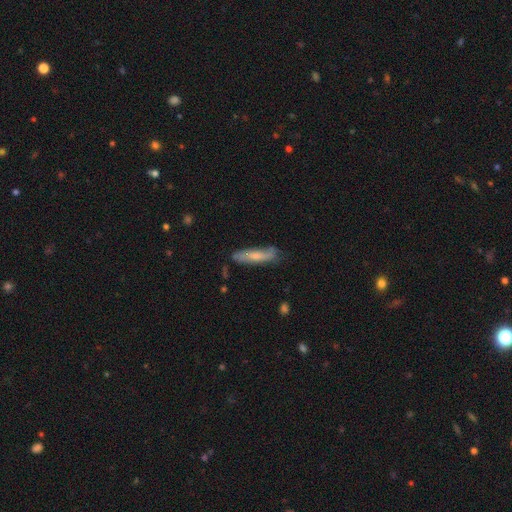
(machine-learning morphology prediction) This is possibly a smooth galaxy (55%). How rounded: likely cigar-shaped (78%). Merging: likely none (73%).